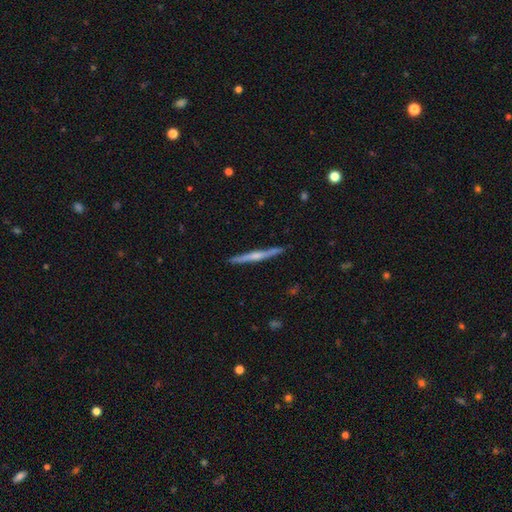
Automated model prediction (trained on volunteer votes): Q: Smooth or featured?
A: featured or disk (68%); runner-up: smooth (26%)
Q: Edge-on disk?
A: yes (98%); runner-up: no (2%)
Q: Edge-on bulge?
A: rounded (66%); runner-up: none (25%)
Q: Merging?
A: none (90%); runner-up: minor disturbance (7%)